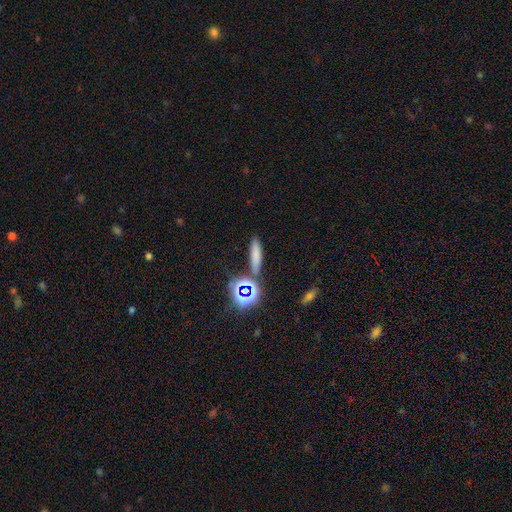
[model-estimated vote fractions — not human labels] Smooth or featured: smooth — 67% (star or artifact — 22%)
How rounded: cigar-shaped — 71% (in between — 21%)
Merging: none — 82% (minor disturbance — 9%)